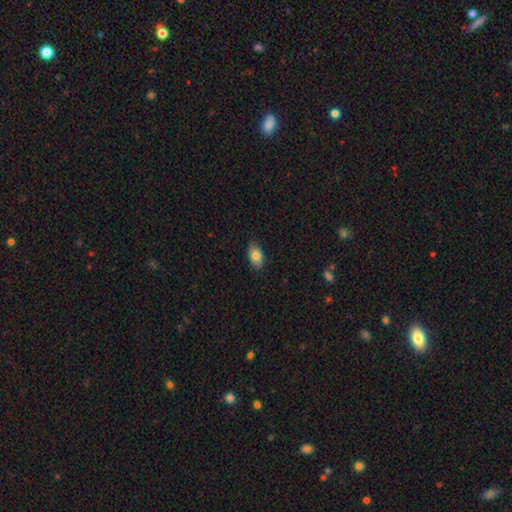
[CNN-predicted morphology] Q: Smooth or featured?
A: smooth (81%); runner-up: featured or disk (12%)
Q: How rounded?
A: in between (91%); runner-up: round (5%)
Q: Merging?
A: none (84%); runner-up: minor disturbance (13%)